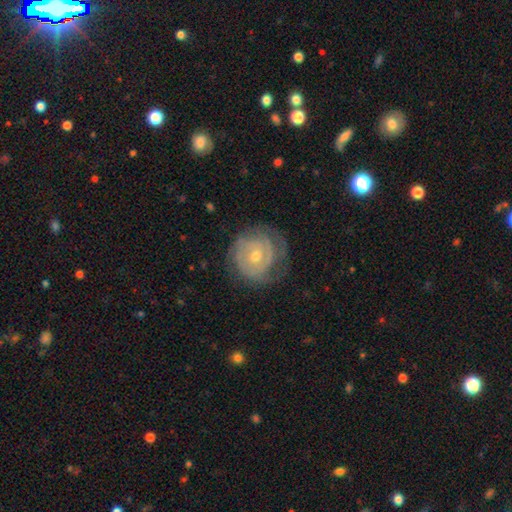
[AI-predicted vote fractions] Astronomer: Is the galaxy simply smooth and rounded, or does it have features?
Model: featured or disk — 75%.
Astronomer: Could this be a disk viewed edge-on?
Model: no — 97%.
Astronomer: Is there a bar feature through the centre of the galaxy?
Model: no — 71%.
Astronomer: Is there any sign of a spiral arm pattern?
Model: yes — 84%.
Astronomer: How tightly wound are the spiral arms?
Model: tight — 72%.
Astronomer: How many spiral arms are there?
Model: can't tell — 41% (runner-up: 2, 30%).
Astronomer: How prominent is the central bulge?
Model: moderate — 52% (runner-up: small, 45%).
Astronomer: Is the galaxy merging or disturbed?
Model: none — 65%.